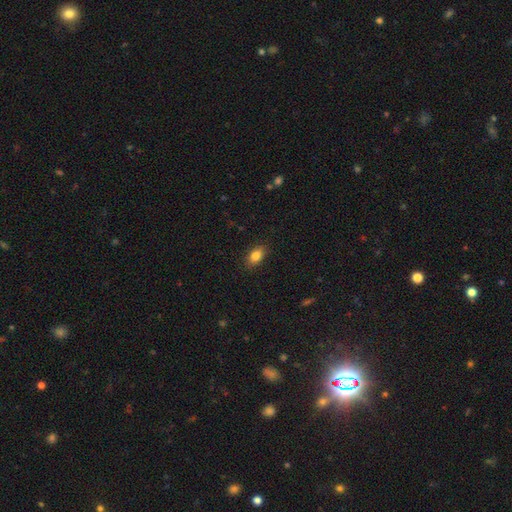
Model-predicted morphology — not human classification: type=smooth (83%); roundness=in between (87%); merging=none (87%).